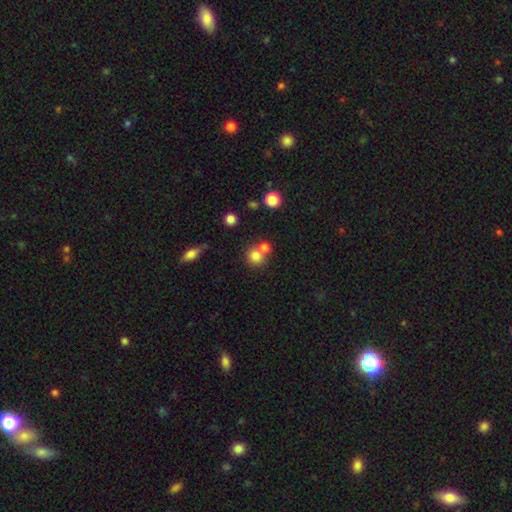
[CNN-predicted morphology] This appears to be a smooth galaxy with no disk features (78%) that is round (86%). Merging: none (50%).